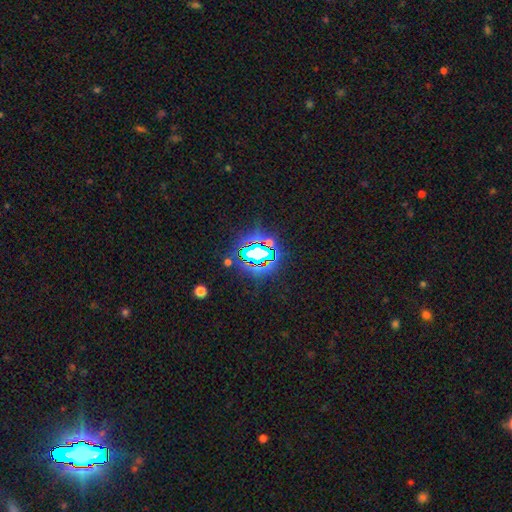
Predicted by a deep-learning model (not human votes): star or artifact 71%, smooth 18%, featured or disk 12%.